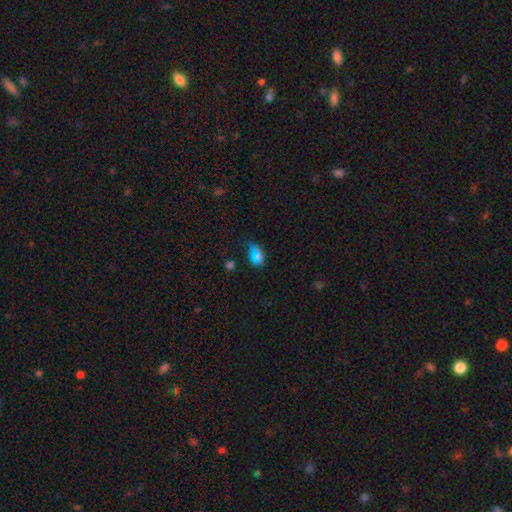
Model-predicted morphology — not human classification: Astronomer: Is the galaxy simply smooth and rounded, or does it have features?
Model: smooth — 63%.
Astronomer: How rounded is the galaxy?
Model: in between — 84%.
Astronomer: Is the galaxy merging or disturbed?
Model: none — 58%.